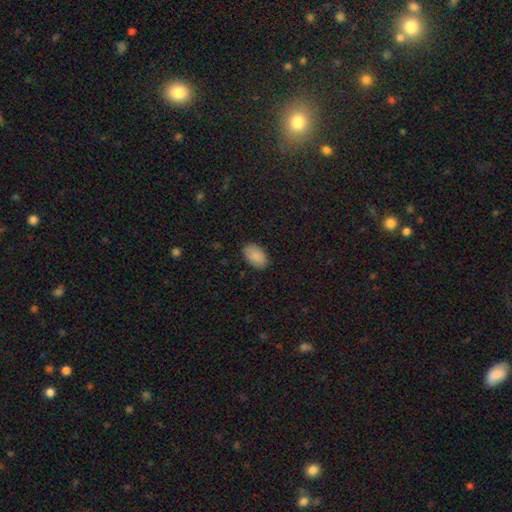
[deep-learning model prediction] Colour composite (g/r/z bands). It shows a smooth galaxy with no disk features (89%) that is in between round and cigar-shaped (92%). Merging: none (87%).